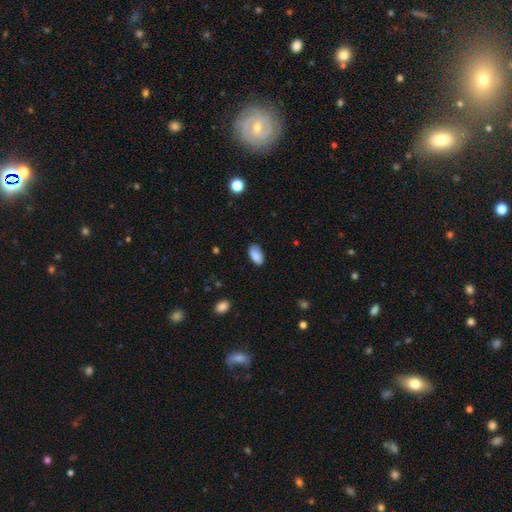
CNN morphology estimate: smooth-or-featured: smooth: 87% | star or artifact: 7% | featured or disk: 6%
  how-rounded: in between: 94% | round: 3% | cigar-shaped: 3%
  merging: none: 78% | minor disturbance: 18% | major disturbance: 3% | merger: 1%